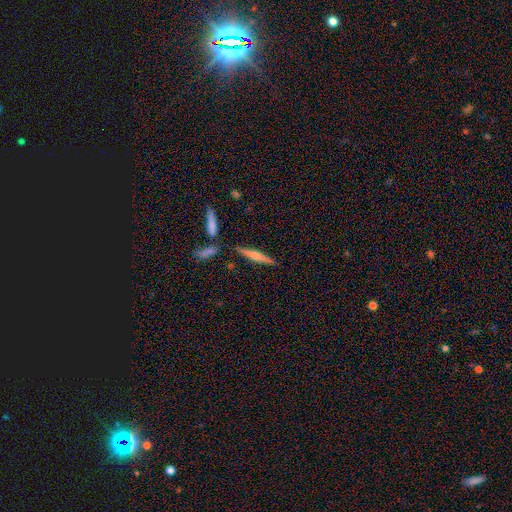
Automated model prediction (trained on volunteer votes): Smooth or featured?
  - featured or disk: 50% *
  - smooth: 43%
  - star or artifact: 7%
Merging?
  - none: 82% *
  - minor disturbance: 9%
  - merger: 7%
  - major disturbance: 2%